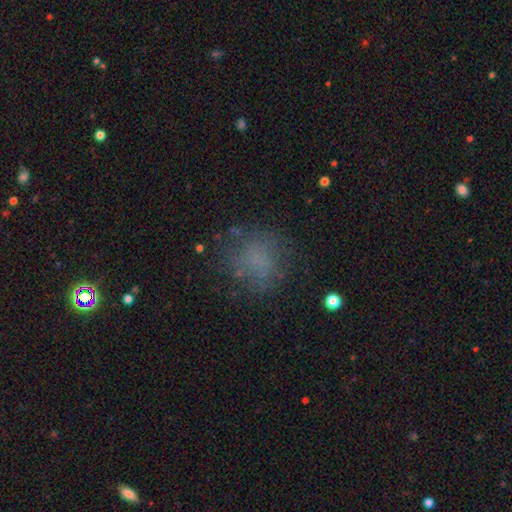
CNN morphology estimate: This appears to be a smooth galaxy with no disk features (60%) that is round (75%). Merging: none (67%).